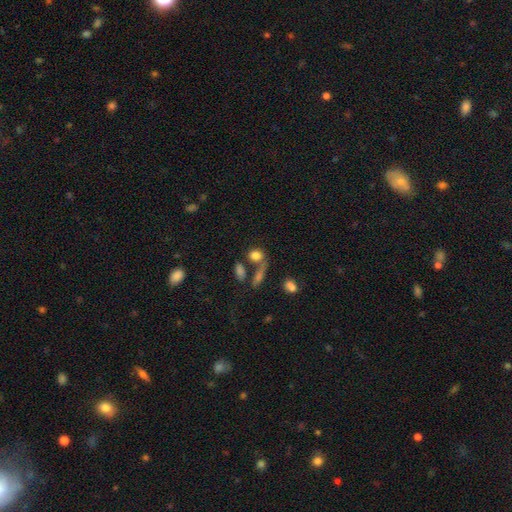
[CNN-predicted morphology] type=smooth (78%); roundness=in between (49%); merging=none (44%).